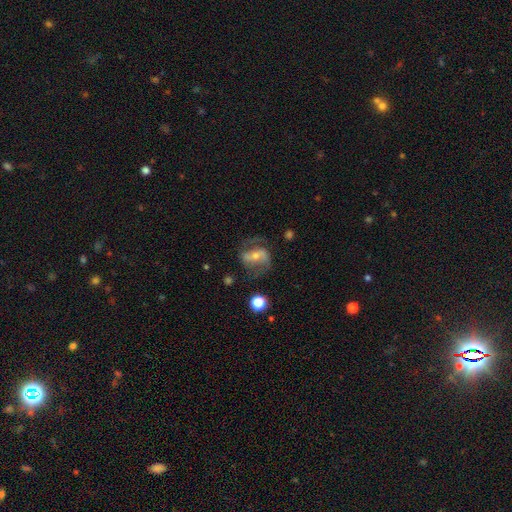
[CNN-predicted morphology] A featured or disk galaxy (78%) with a strong bar (42%), 2 (87%) medium (47%) spiral arms (89%) and a small central bulge (52%). Merging: none (66%).